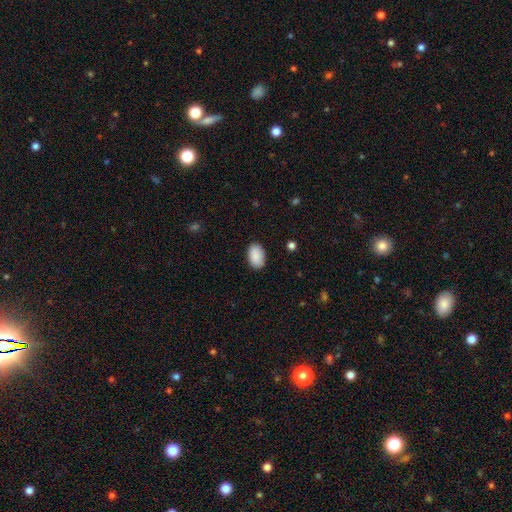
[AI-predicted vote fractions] A smooth galaxy with no disk features (91%) that is in between round and cigar-shaped (92%).

Vote fractions:
- Smooth or featured? smooth: 91% / star or artifact: 6% / featured or disk: 3%
- How rounded? in between: 92% / round: 7% / cigar-shaped: 1%
- Merging? none: 87% / minor disturbance: 10% / major disturbance: 2% / merger: 1%